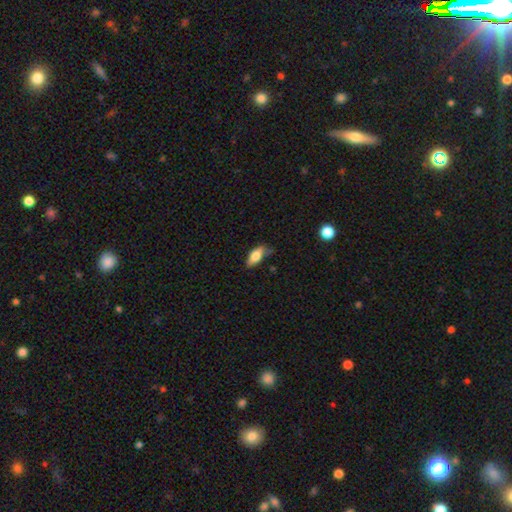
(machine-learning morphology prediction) A smooth galaxy with no disk features (73%) that is in between round and cigar-shaped (80%).

Vote fractions:
- Smooth or featured? smooth: 73% / featured or disk: 20% / star or artifact: 7%
- How rounded? in between: 80% / cigar-shaped: 17% / round: 3%
- Merging? none: 58% / minor disturbance: 31% / major disturbance: 8% / merger: 3%